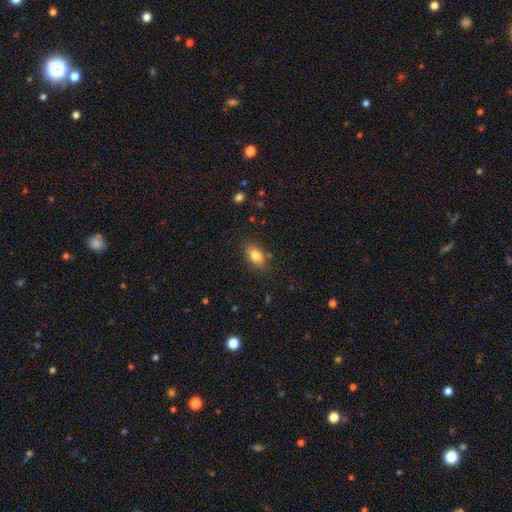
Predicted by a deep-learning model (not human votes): This is clearly a smooth galaxy (82%). How rounded: clearly in between (84%). Merging: clearly none (80%).